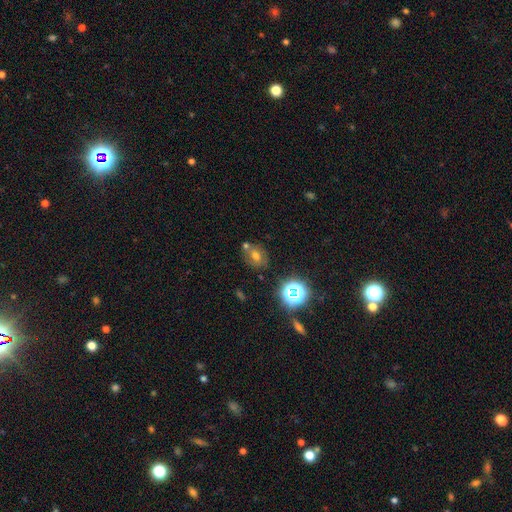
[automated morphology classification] A smooth galaxy with no disk features (53%) that is round (56%).

Vote fractions:
- Smooth or featured? smooth: 53% / star or artifact: 26% / featured or disk: 21%
- How rounded? round: 56% / in between: 43% / cigar-shaped: 1%
- Merging? none: 63% / merger: 18% / minor disturbance: 14% / major disturbance: 5%